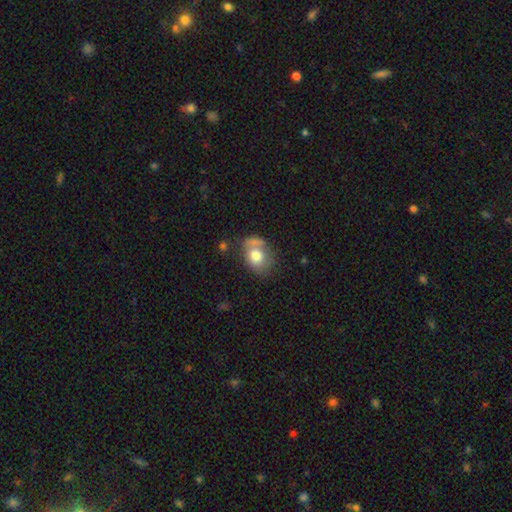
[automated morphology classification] smooth-or-featured: smooth: 72% | featured or disk: 20% | star or artifact: 8%
  how-rounded: in between: 56% | round: 43% | cigar-shaped: 1%
  merging: none: 40% | minor disturbance: 23% | merger: 22% | major disturbance: 15%